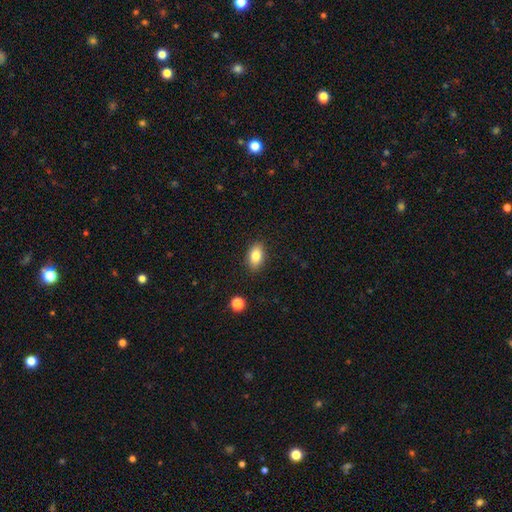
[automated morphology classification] Q: Smooth or featured?
A: smooth (83%); runner-up: star or artifact (8%)
Q: How rounded?
A: in between (88%); runner-up: round (9%)
Q: Merging?
A: none (87%); runner-up: minor disturbance (9%)